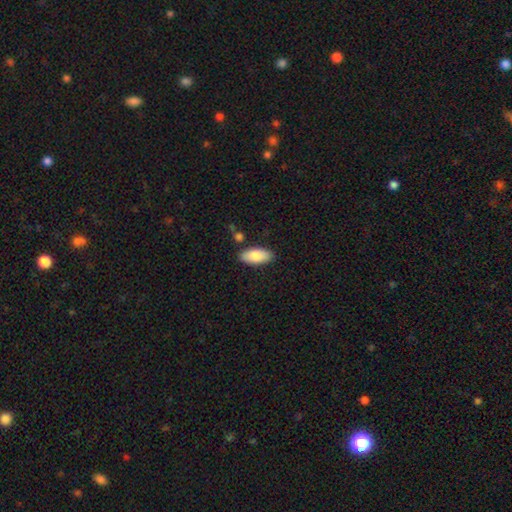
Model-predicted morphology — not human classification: smooth_or_featured: smooth (p=0.85) [alt: featured or disk p=0.10]
how_rounded: in between (p=0.89) [alt: cigar-shaped p=0.09]
merging: none (p=0.85) [alt: minor disturbance p=0.10]